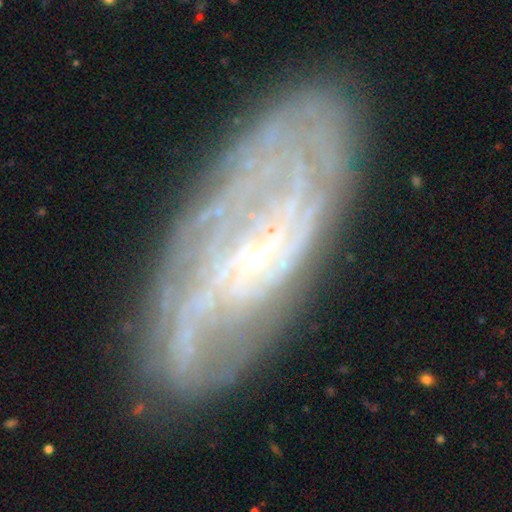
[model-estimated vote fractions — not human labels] smooth-or-featured: featured or disk: 80% | smooth: 12% | star or artifact: 8%
  disk-edge-on: no: 87% | yes: 13%
    bar: no: 58% | weak: 32% | strong: 10%
    has-spiral-arms: yes: 89% | no: 11%
      spiral-winding: tight: 55% | medium: 32% | loose: 13%
      spiral-arm-count: can't tell: 47% | 2: 23% | 3: 10% | 4: 8% | more than 4: 6% | 1: 6%
    bulge-size: small: 82% | moderate: 11% | none: 4% | large: 1% | dominant: 1%
  merging: none: 76% | minor disturbance: 16% | major disturbance: 6% | merger: 2%